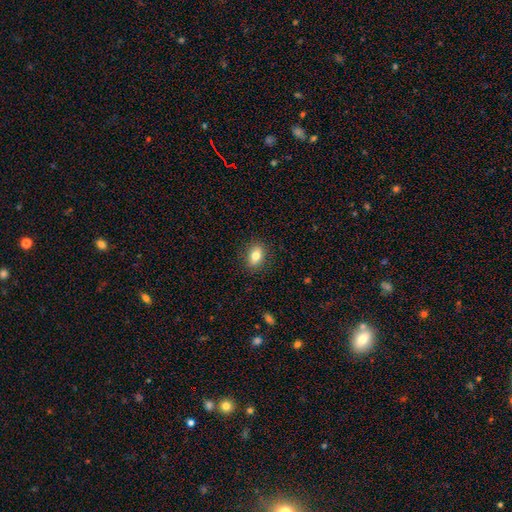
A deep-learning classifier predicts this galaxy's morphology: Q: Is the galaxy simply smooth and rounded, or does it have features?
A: smooth — 79%.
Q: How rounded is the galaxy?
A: in between — 79%.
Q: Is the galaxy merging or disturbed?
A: none — 88%.